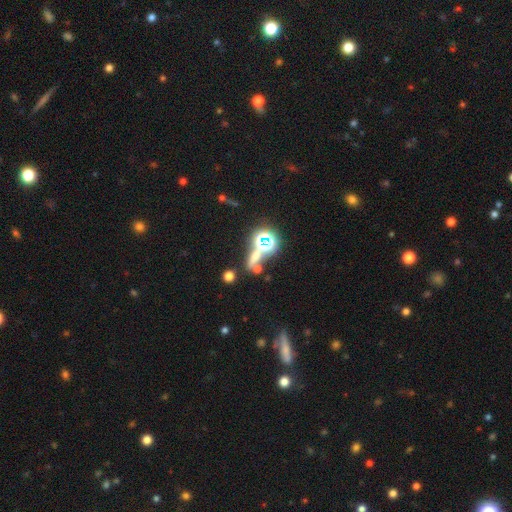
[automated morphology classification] The model was most divided on "smooth or featured": star or artifact: 49%, smooth: 35%, featured or disk: 16%.